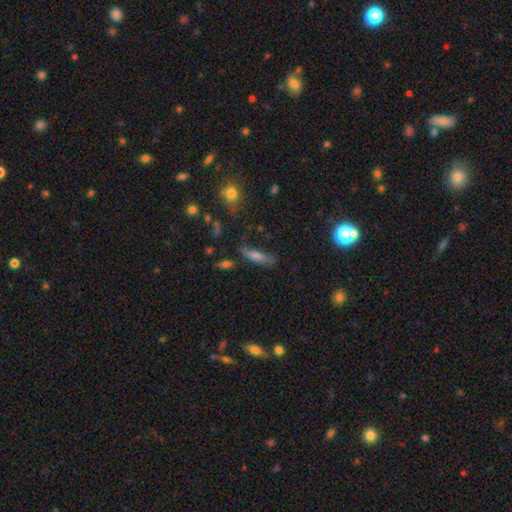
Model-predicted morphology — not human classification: smooth_or_featured: smooth (p=0.55) [alt: featured or disk p=0.30]
how_rounded: cigar-shaped (p=0.65) [alt: in between p=0.31]
merging: none (p=0.58) [alt: minor disturbance p=0.24]